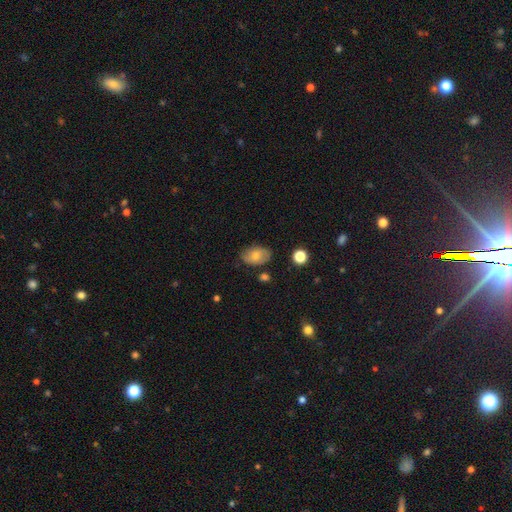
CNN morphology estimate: A smooth galaxy with no disk features (70%) that is in between round and cigar-shaped (87%).

Vote fractions:
- Smooth or featured? smooth: 70% / featured or disk: 22% / star or artifact: 8%
- How rounded? in between: 87% / round: 11% / cigar-shaped: 1%
- Merging? none: 74% / minor disturbance: 19% / major disturbance: 4% / merger: 3%